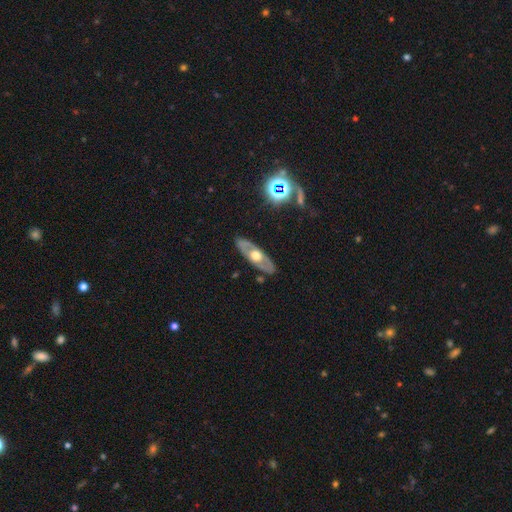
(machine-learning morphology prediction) Smooth or featured? Predicted: featured or disk (p=0.65). Edge-on disk? Predicted: no (p=0.66). Merging? Predicted: none (p=0.85).